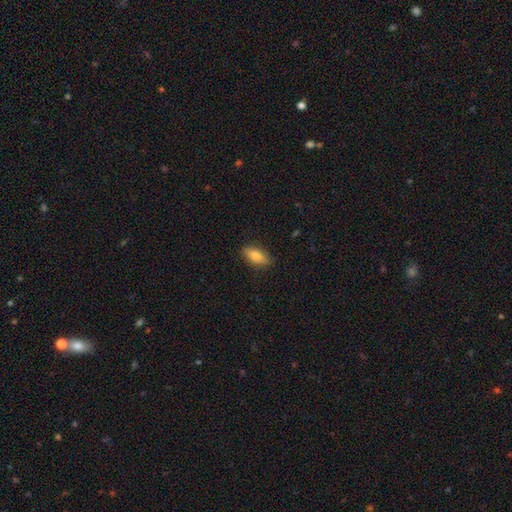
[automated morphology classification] Smooth or featured: smooth — 79% (featured or disk — 14%)
How rounded: in between — 83% (cigar-shaped — 13%)
Merging: none — 86% (minor disturbance — 11%)